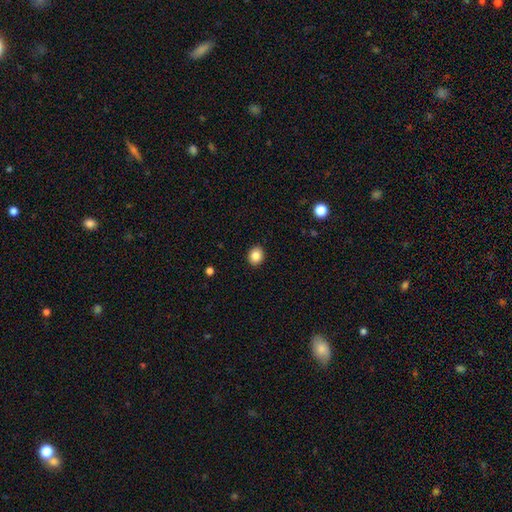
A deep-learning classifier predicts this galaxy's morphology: Smooth or featured? Predicted: smooth (p=0.85). How rounded? Predicted: round (p=0.60). Merging? Predicted: none (p=0.91).